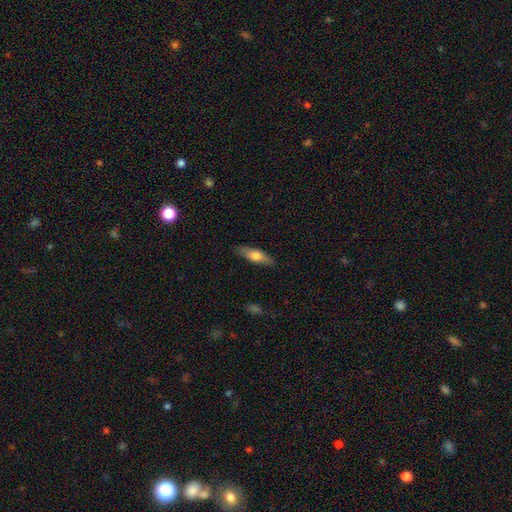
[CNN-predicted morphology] Smooth or featured?
  - smooth: 61% *
  - featured or disk: 33%
  - star or artifact: 6%
How rounded?
  - cigar-shaped: 54% *
  - in between: 44%
  - round: 2%
Merging?
  - none: 87% *
  - minor disturbance: 10%
  - major disturbance: 2%
  - merger: 1%